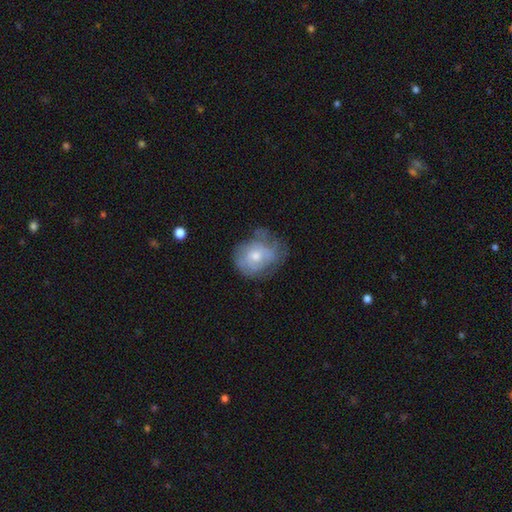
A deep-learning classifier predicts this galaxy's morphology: A featured or disk galaxy (50%).

Vote fractions:
- Smooth or featured? featured or disk: 50% / smooth: 40% / star or artifact: 9%
- Edge-on disk? no: 96% / yes: 4%
- Merging? none: 50% / minor disturbance: 30% / major disturbance: 19% / merger: 2%